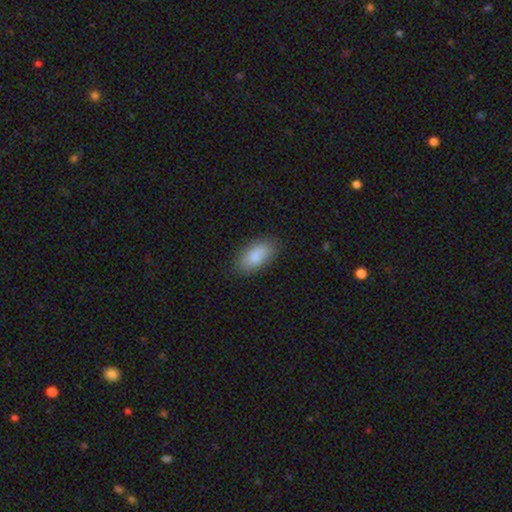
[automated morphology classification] This is clearly a smooth galaxy (88%). How rounded: clearly in between (91%). Merging: clearly none (84%).